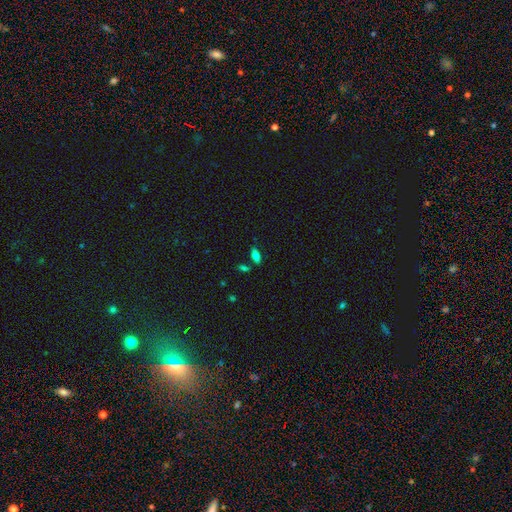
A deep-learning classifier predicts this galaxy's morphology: The model was most divided on "smooth or featured": smooth: 68%, featured or disk: 20%, star or artifact: 11%. More confident: how rounded — in between (80%); merging — none (76%).